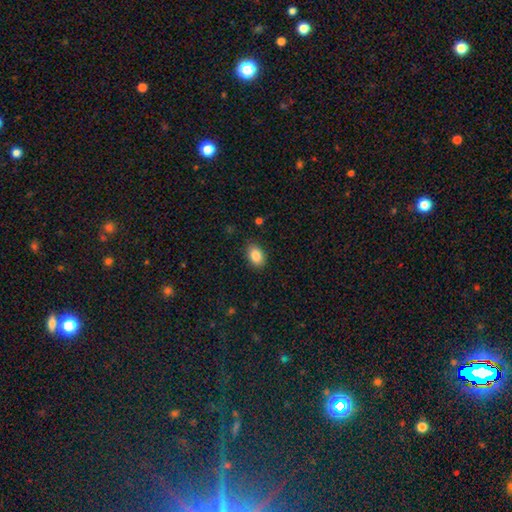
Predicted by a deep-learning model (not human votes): smooth_or_featured: smooth (p=0.86) [alt: star or artifact p=0.08]
how_rounded: in between (p=0.82) [alt: round p=0.17]
merging: none (p=0.87) [alt: minor disturbance p=0.10]